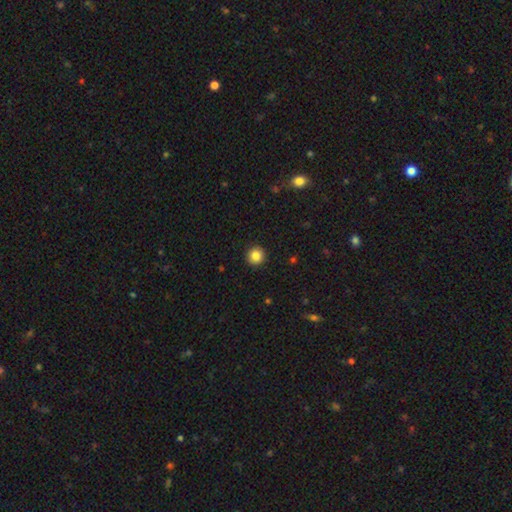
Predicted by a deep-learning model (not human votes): Overall: smooth (85%). How rounded: round (95%). Merging: none (93%).